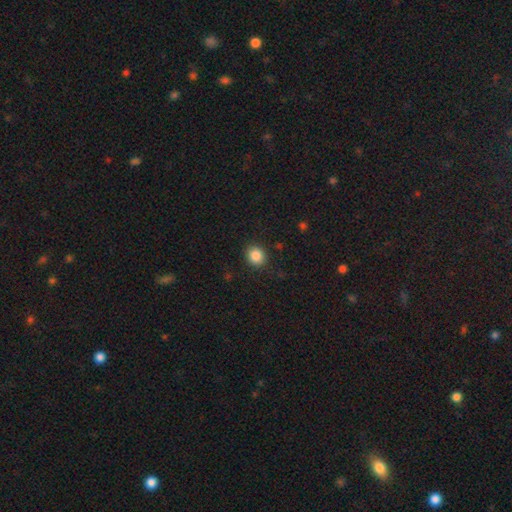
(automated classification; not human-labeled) Morphology: type=smooth (86%); roundness=round (81%); merging=none (88%).